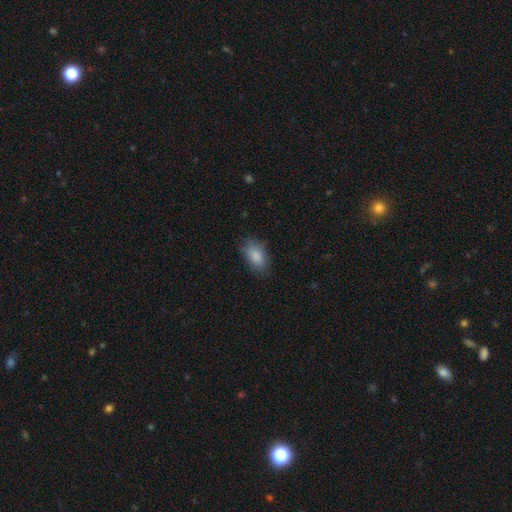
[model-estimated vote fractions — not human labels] Smooth or featured?
  - smooth: 87% *
  - star or artifact: 7%
  - featured or disk: 6%
How rounded?
  - in between: 91% *
  - round: 6%
  - cigar-shaped: 3%
Merging?
  - none: 78% *
  - minor disturbance: 17%
  - major disturbance: 4%
  - merger: 1%